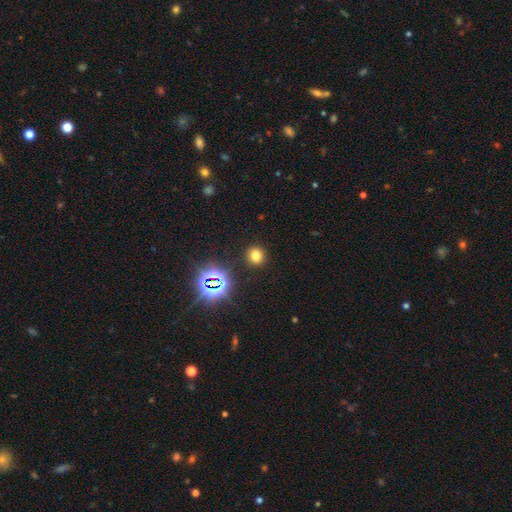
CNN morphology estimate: A smooth galaxy with no disk features (70%) that is round (82%). Merging: none (89%).